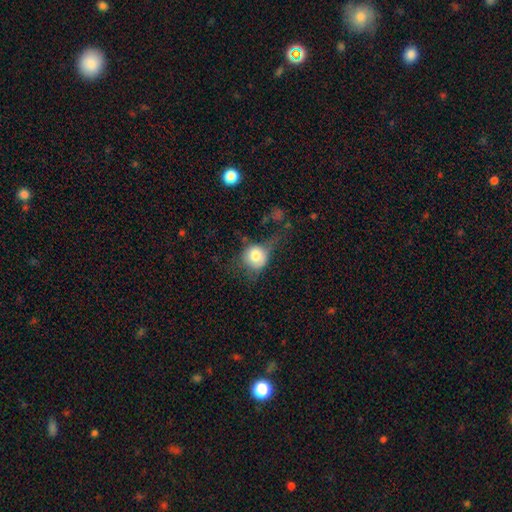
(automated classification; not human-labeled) Smooth or featured? Predicted: smooth (p=0.72). How rounded? Predicted: round (p=0.79). Merging? Predicted: none (p=0.35).